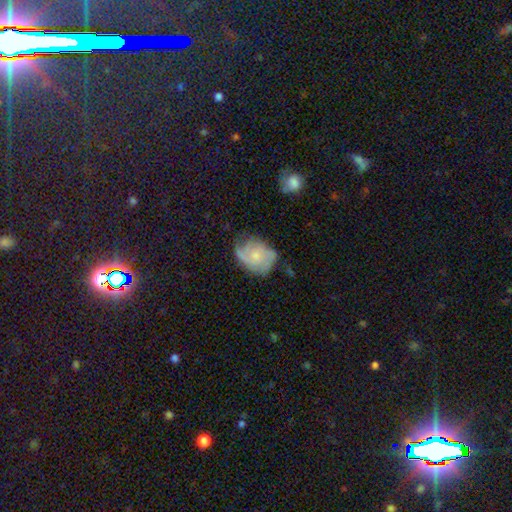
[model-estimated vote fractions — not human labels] Smooth or featured: featured or disk — 56% (smooth — 36%)
Edge-on disk: no — 97% (yes — 3%)
Bar: no — 78% (weak — 20%)
Spiral arms: yes — 83% (no — 17%)
Bulge size: small — 59% (moderate — 31%)
Merging: none — 54% (minor disturbance — 31%)